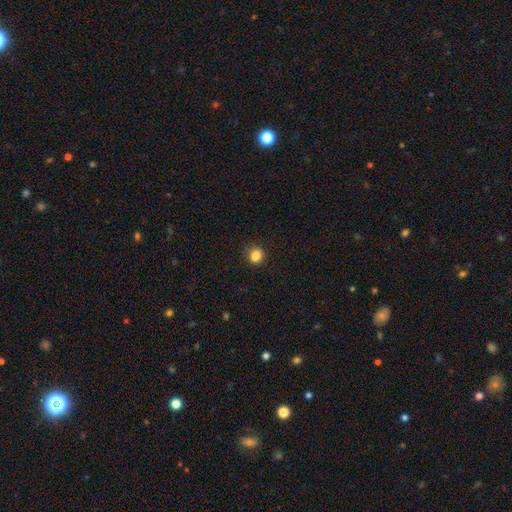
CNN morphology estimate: Smooth or featured? Predicted: smooth (p=0.85). How rounded? Predicted: round (p=0.78). Merging? Predicted: none (p=0.85).